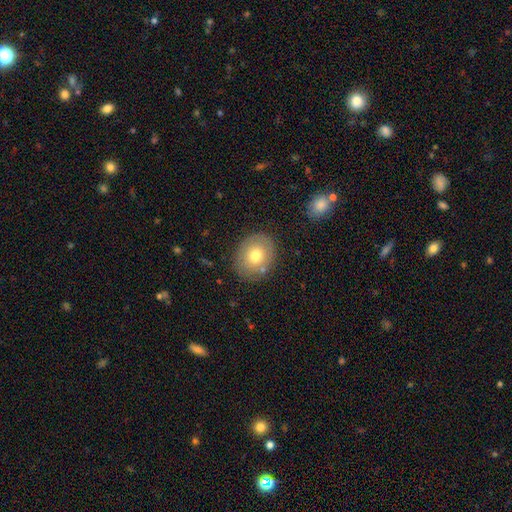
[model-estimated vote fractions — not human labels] This appears to be a smooth galaxy with no disk features (67%) that is round (59%). Merging: none (81%).